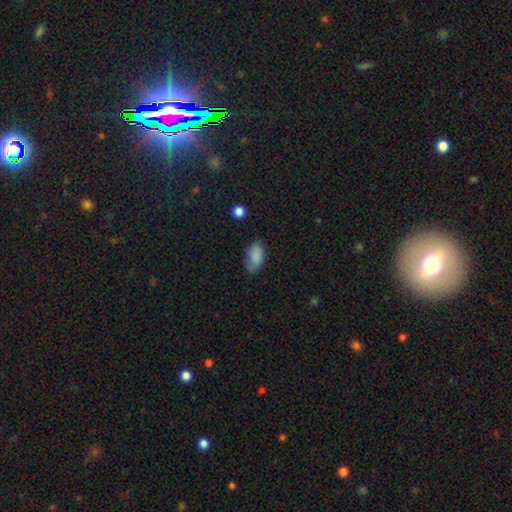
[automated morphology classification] smooth 84%, star or artifact 8%, featured or disk 7%. Down the decision tree: how rounded — in between (92%); merging — none (63%).